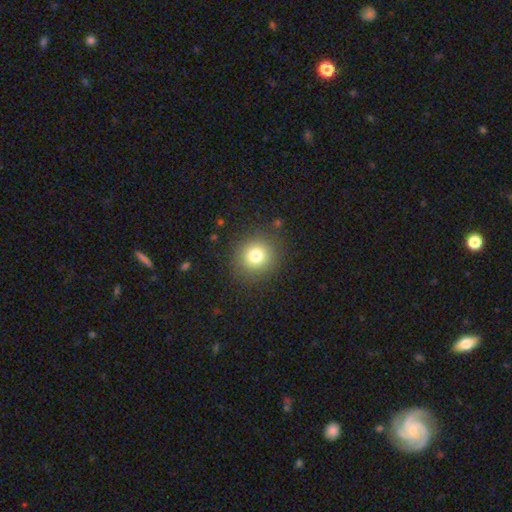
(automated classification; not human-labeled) smooth_or_featured: smooth (p=0.78) [alt: star or artifact p=0.13]
how_rounded: round (p=0.89) [alt: in between p=0.10]
merging: none (p=0.87) [alt: minor disturbance p=0.08]